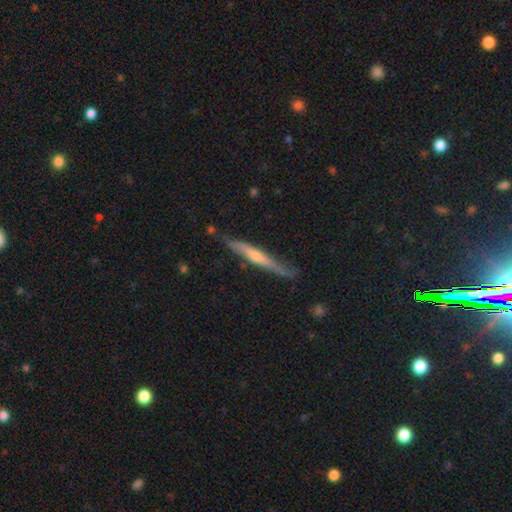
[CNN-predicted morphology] The model was most divided on "edge-on bulge": rounded: 49%, none: 40%, boxy: 11%. More confident: edge-on disk — yes (93%); merging — none (73%); smooth or featured — featured or disk (56%).